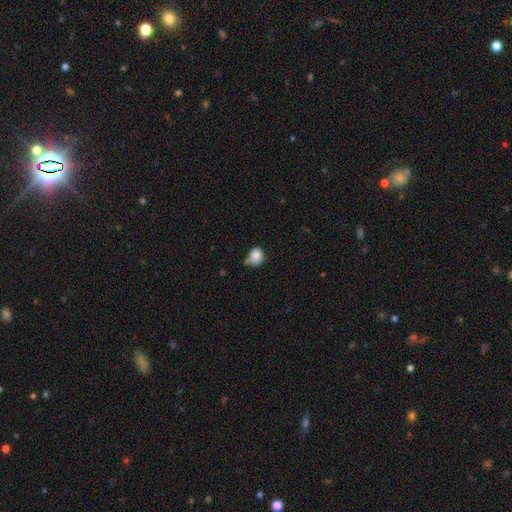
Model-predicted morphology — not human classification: This is clearly a smooth galaxy (82%). How rounded: likely round (66%). Merging: possibly none (46%).